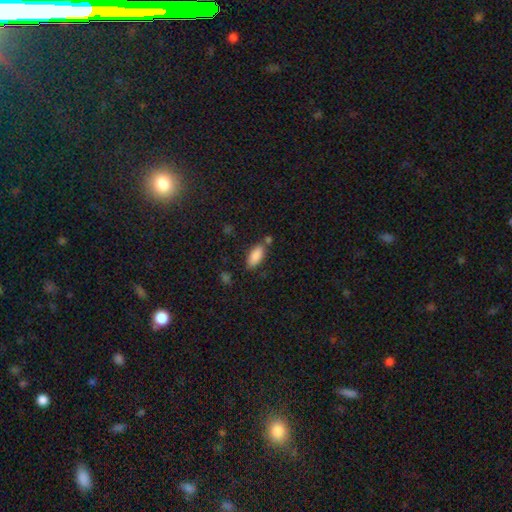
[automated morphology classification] Q: Smooth or featured?
A: smooth (88%); runner-up: star or artifact (7%)
Q: How rounded?
A: in between (87%); runner-up: cigar-shaped (11%)
Q: Merging?
A: none (71%); runner-up: minor disturbance (15%)